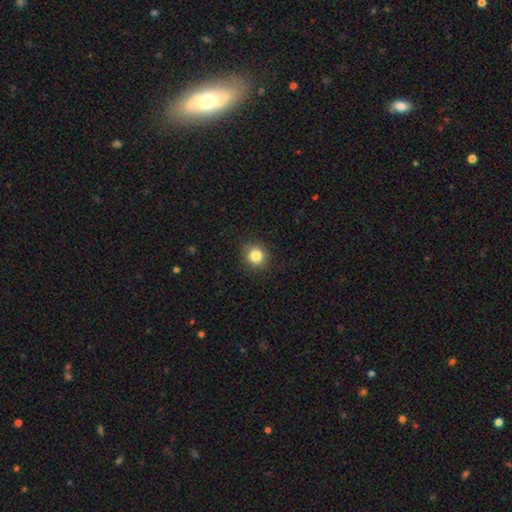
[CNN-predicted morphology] type=smooth (84%); roundness=round (86%); merging=none (89%).